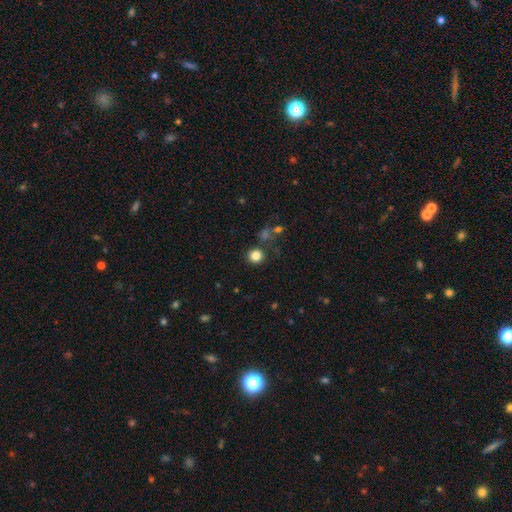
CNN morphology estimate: A smooth galaxy with no disk features (83%) that is round (93%).

Vote fractions:
- Smooth or featured? smooth: 83% / star or artifact: 12% / featured or disk: 5%
- How rounded? round: 93% / in between: 7% / cigar-shaped: 1%
- Merging? none: 85% / minor disturbance: 7% / merger: 4% / major disturbance: 3%